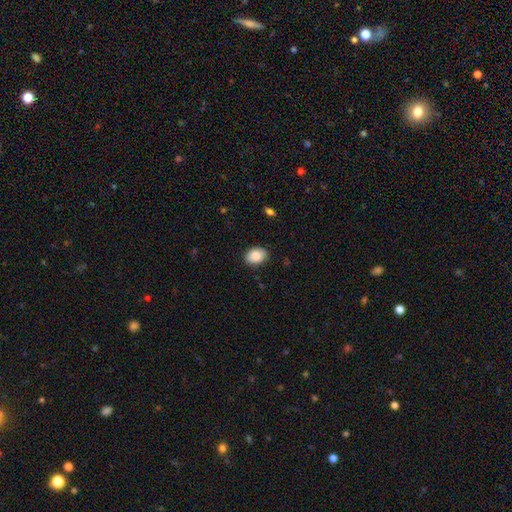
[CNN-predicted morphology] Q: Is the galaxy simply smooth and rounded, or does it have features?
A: smooth — 84%.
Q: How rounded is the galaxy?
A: in between — 72%.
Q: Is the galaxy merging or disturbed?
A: none — 88%.